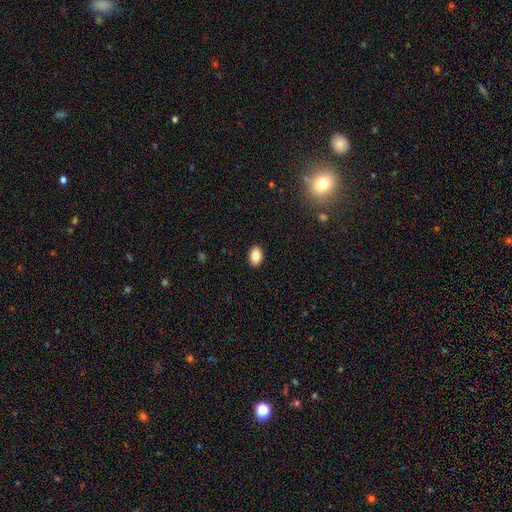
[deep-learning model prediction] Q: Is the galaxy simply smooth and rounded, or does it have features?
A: smooth — 86%.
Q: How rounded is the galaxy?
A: in between — 89%.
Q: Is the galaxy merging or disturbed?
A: none — 90%.